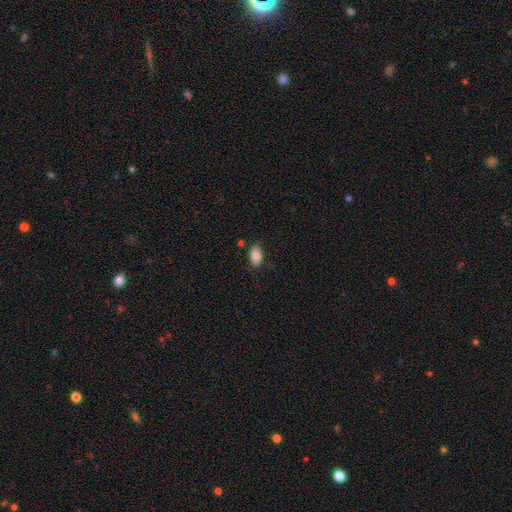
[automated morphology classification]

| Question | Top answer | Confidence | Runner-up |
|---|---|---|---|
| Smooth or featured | smooth | 81% | featured or disk (11%) |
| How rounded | in between | 91% | round (6%) |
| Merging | none | 79% | minor disturbance (16%) |